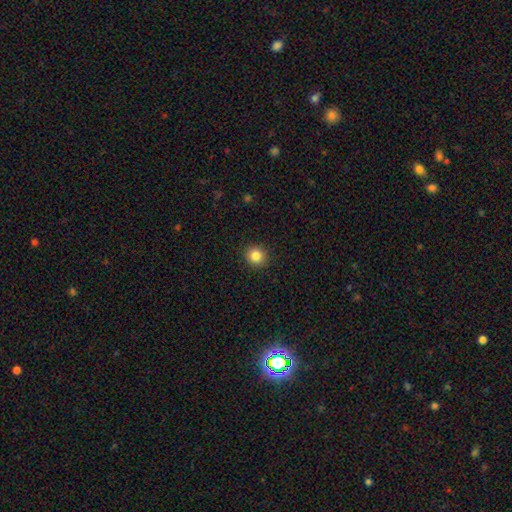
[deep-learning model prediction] This is clearly a smooth galaxy (84%). How rounded: clearly round (90%). Merging: clearly none (92%).